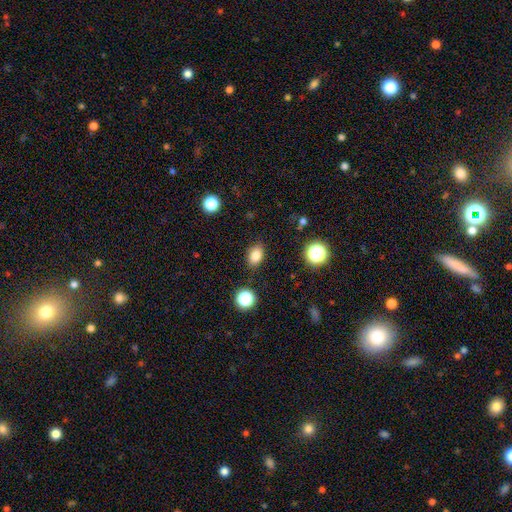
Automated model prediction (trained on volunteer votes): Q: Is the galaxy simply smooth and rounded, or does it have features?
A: smooth — 82%.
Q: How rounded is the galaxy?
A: in between — 78%.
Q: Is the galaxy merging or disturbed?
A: none — 85%.